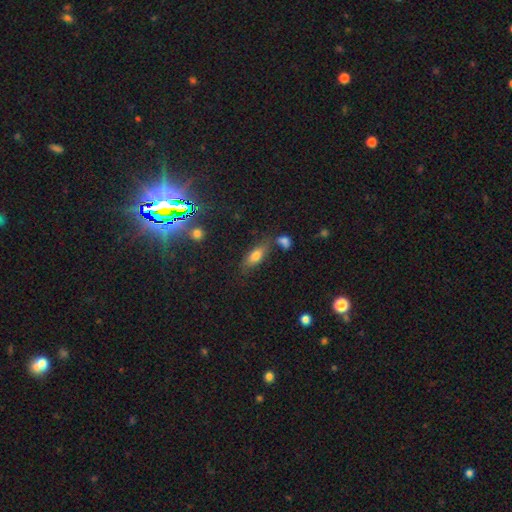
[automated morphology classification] type=smooth (72%); roundness=in between (77%); merging=none (66%).